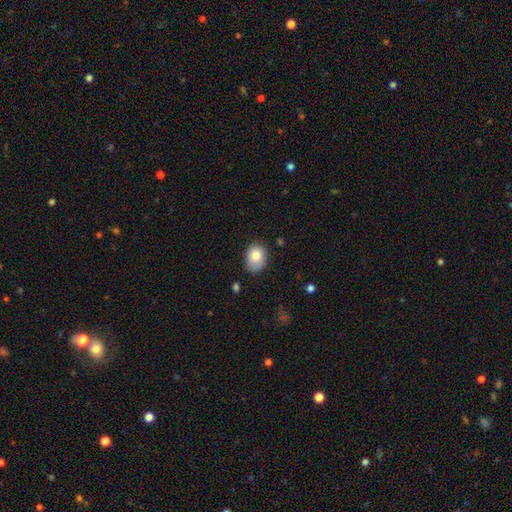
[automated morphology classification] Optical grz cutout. It shows a smooth galaxy with no disk features (82%) that is in between round and cigar-shaped (63%). Merging: none (66%).